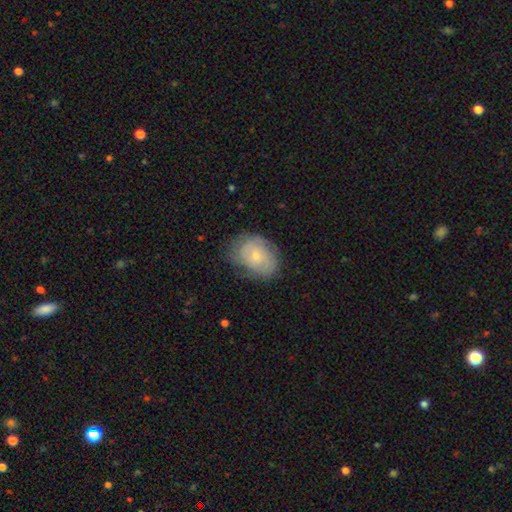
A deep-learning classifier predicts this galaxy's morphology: Smooth or featured?
  - smooth: 51% *
  - featured or disk: 42%
  - star or artifact: 7%
How rounded?
  - in between: 67% *
  - round: 31%
  - cigar-shaped: 1%
Merging?
  - none: 65% *
  - minor disturbance: 25%
  - major disturbance: 9%
  - merger: 1%